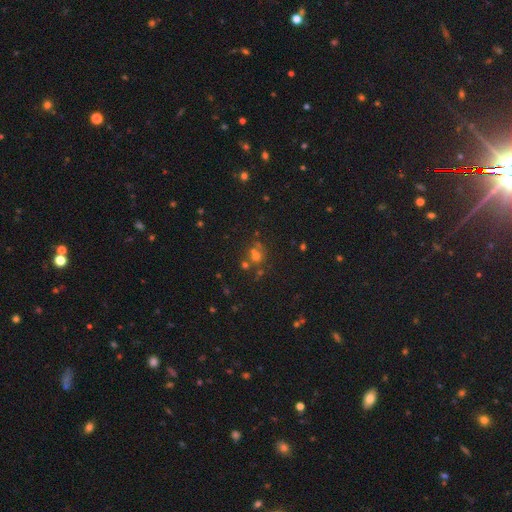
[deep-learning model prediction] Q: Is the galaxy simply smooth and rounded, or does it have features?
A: smooth — 50%.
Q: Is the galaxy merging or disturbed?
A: none — 55%.